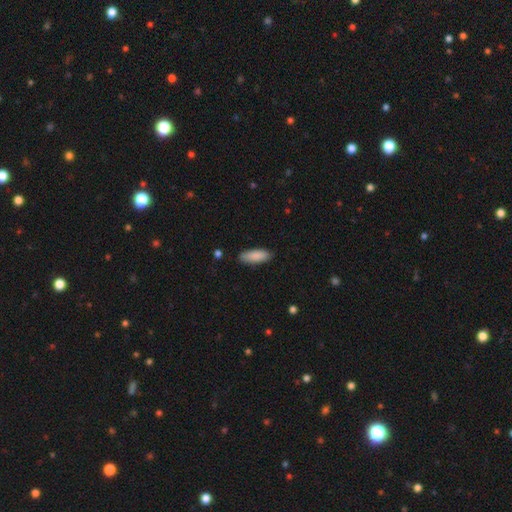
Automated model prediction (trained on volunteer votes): This is clearly a smooth galaxy (89%). How rounded: likely in between (64%). Merging: clearly none (86%).